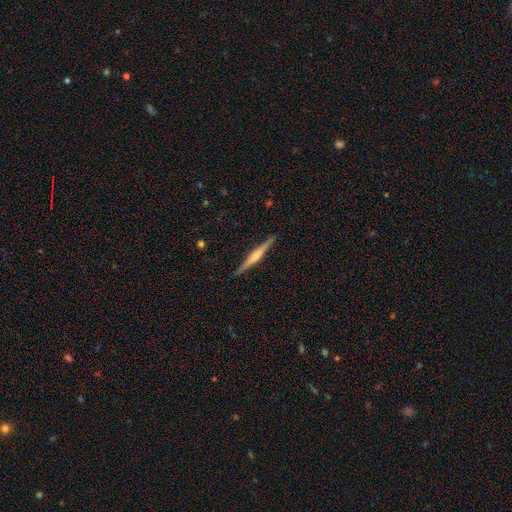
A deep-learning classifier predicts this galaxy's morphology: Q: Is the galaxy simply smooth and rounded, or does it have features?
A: featured or disk — 70%.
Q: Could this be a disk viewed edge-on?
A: yes — 98%.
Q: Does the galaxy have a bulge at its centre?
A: rounded — 55%.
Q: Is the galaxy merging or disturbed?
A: none — 90%.